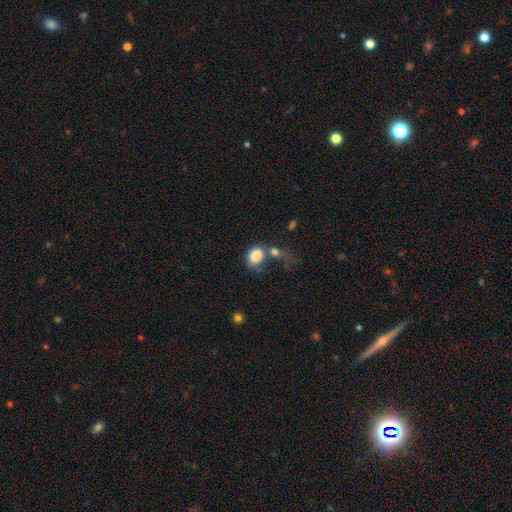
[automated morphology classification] Smooth or featured? Predicted: smooth (p=0.84). How rounded? Predicted: in between (p=0.69). Merging? Predicted: none (p=0.36).